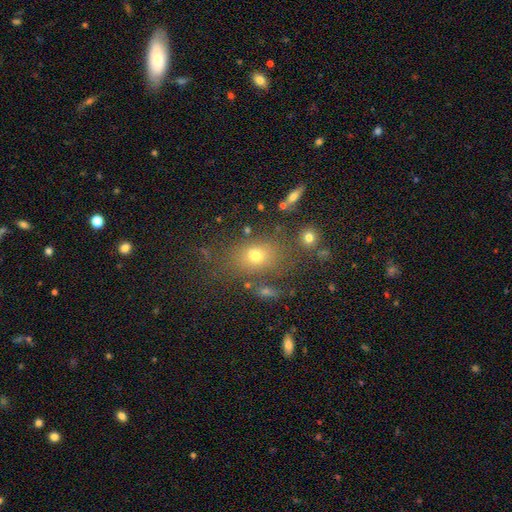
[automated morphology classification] Overall: smooth (65%). How rounded: in between (66%; round 32%). Merging: none (64%).